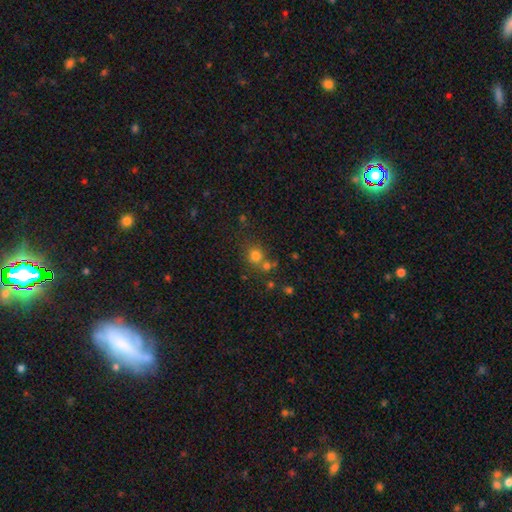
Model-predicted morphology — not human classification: smooth-or-featured: smooth: 74% | star or artifact: 17% | featured or disk: 10%
  how-rounded: round: 85% | in between: 14% | cigar-shaped: 1%
  merging: none: 62% | merger: 24% | minor disturbance: 10% | major disturbance: 5%